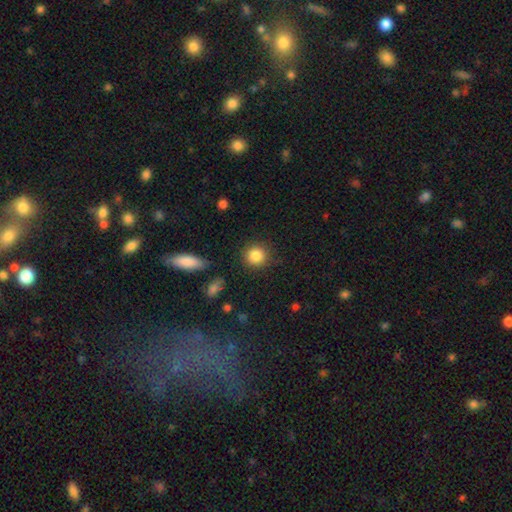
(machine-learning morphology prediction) A smooth galaxy with no disk features (86%) that is round (90%). Merging: none (86%).